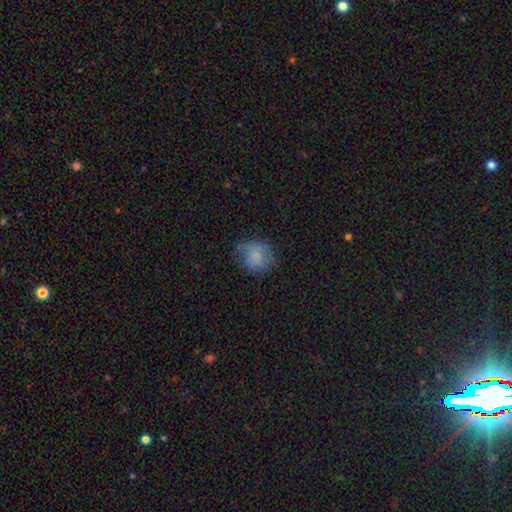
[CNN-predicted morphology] This appears to be a smooth galaxy with no disk features (75%) that is round (76%). Merging: none (56%).